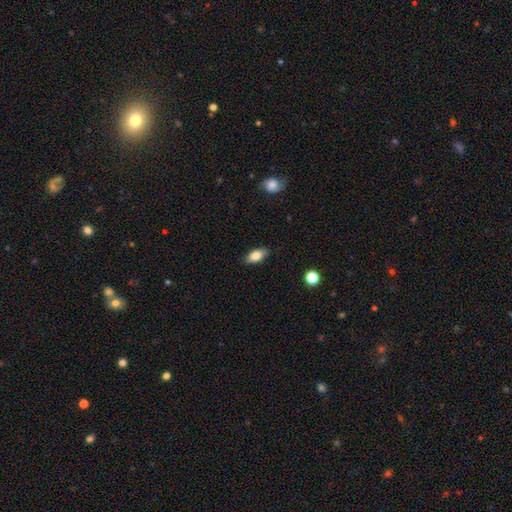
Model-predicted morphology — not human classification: Smooth or featured? smooth (81%)
How rounded? in between (88%)
Merging? none (85%)